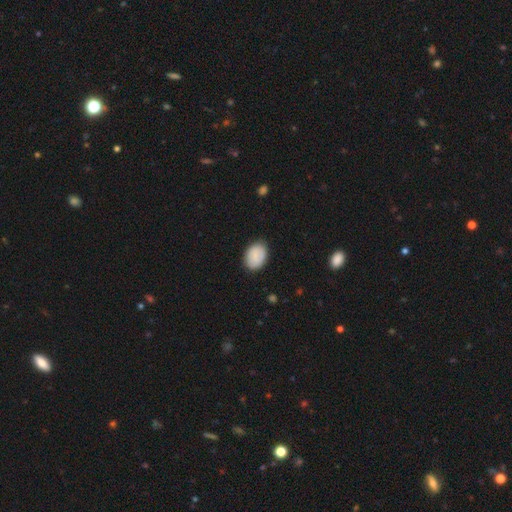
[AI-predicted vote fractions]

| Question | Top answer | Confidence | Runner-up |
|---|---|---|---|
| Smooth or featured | smooth | 83% | featured or disk (10%) |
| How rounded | in between | 77% | round (22%) |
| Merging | none | 84% | minor disturbance (12%) |